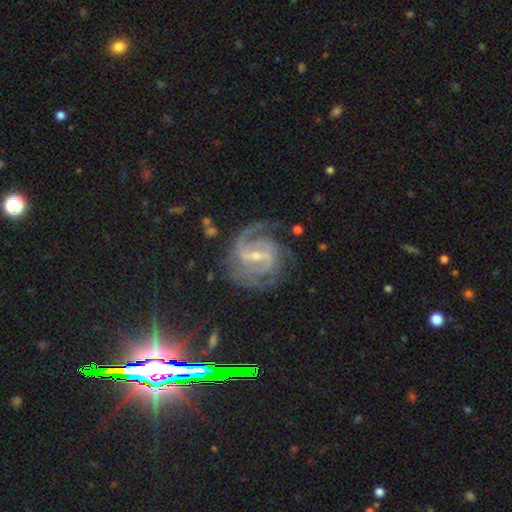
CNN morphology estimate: smooth-or-featured: featured or disk: 91% | star or artifact: 5% | smooth: 4%
  disk-edge-on: no: 98% | yes: 2%
    bar: strong: 50% | weak: 41% | no: 9%
    has-spiral-arms: yes: 98% | no: 2%
      spiral-winding: medium: 46% | tight: 43% | loose: 10%
      spiral-arm-count: 2: 42% | 3: 27% | can't tell: 13% | 4: 7% | 1: 6% | more than 4: 5%
    bulge-size: small: 62% | moderate: 35% | none: 2% | large: 1% | dominant: 1%
  merging: none: 71% | minor disturbance: 17% | major disturbance: 10% | merger: 2%